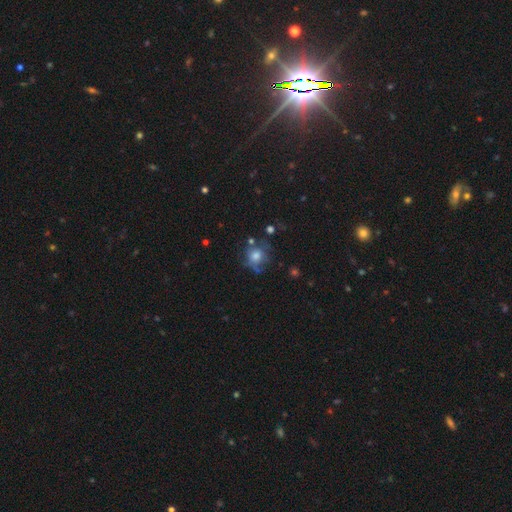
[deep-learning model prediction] Smooth or featured? smooth (59%)
How rounded? round (76%)
Merging? none (51%)